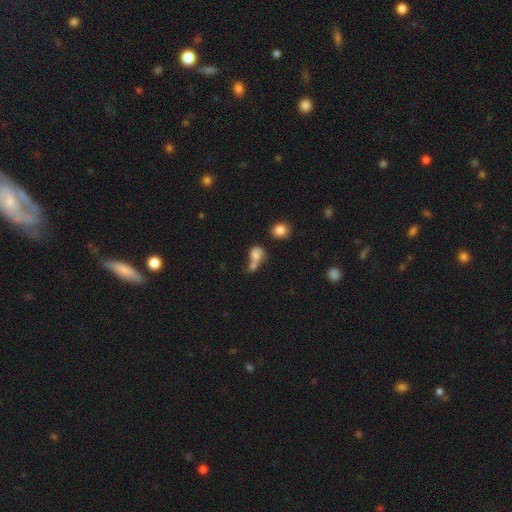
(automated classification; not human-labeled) The model was most divided on "how rounded": in between: 62%, round: 34%, cigar-shaped: 4%. More confident: smooth or featured — smooth (67%); merging — merger (55%).